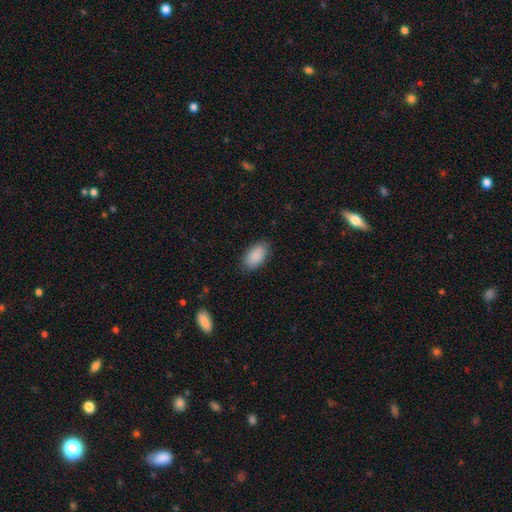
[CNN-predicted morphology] Q: Smooth or featured?
A: smooth (90%); runner-up: star or artifact (6%)
Q: How rounded?
A: in between (95%); runner-up: round (3%)
Q: Merging?
A: none (86%); runner-up: minor disturbance (10%)